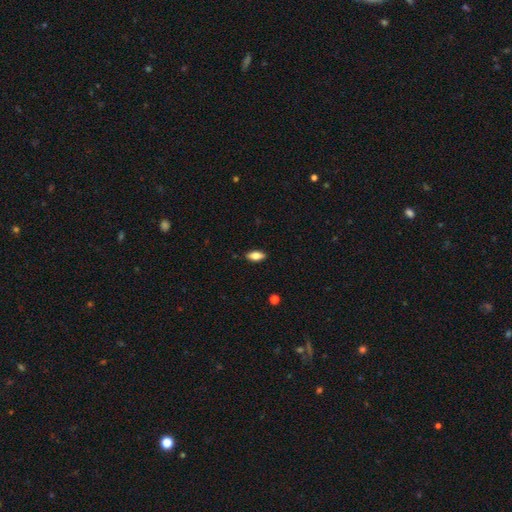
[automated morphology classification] type=smooth (78%); roundness=in between (85%); merging=none (87%).